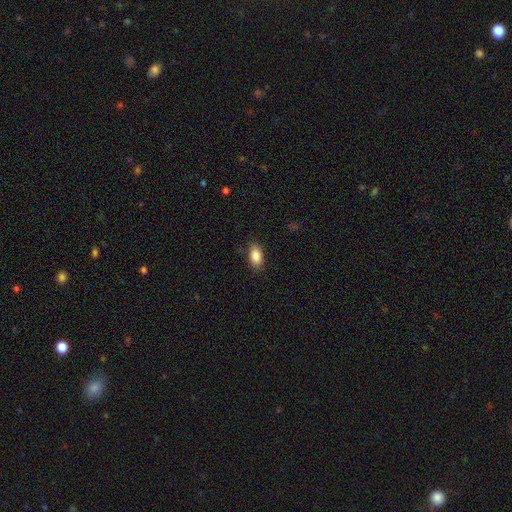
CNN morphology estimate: smooth-or-featured: smooth: 87% | star or artifact: 7% | featured or disk: 5%
  how-rounded: in between: 91% | round: 6% | cigar-shaped: 3%
  merging: none: 86% | minor disturbance: 11% | major disturbance: 3% | merger: 1%